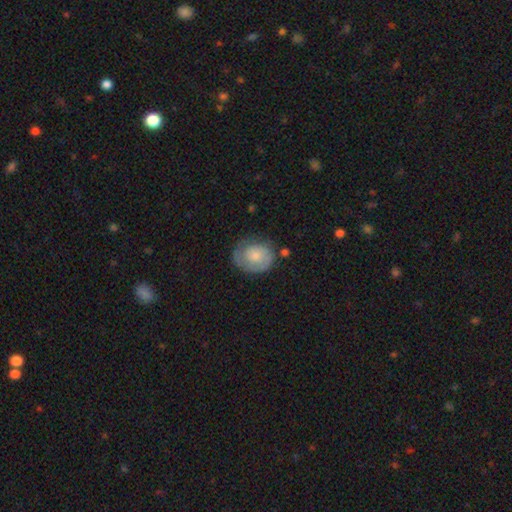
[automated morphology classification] Overall: smooth (49%; featured or disk 45%). Merging: none (59%; minor disturbance 25%).